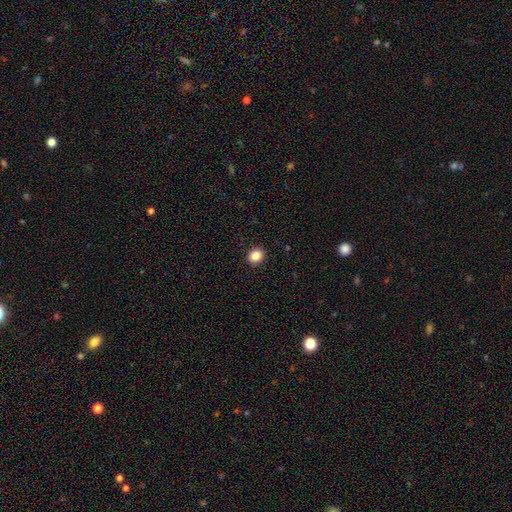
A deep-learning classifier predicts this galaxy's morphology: A smooth galaxy with no disk features (85%) that is round (68%). Merging: none (92%).